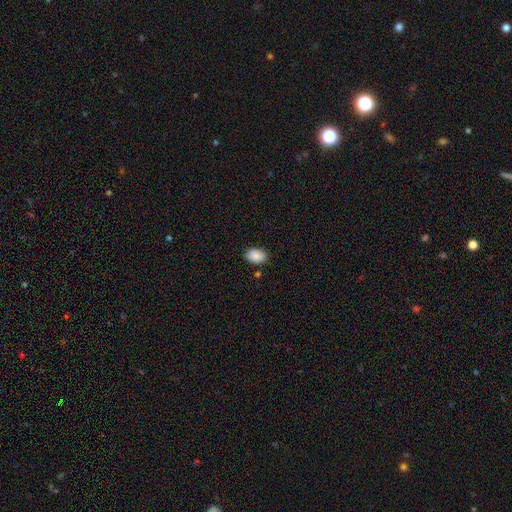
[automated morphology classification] Smooth or featured? smooth (89%)
How rounded? in between (84%)
Merging? none (83%)